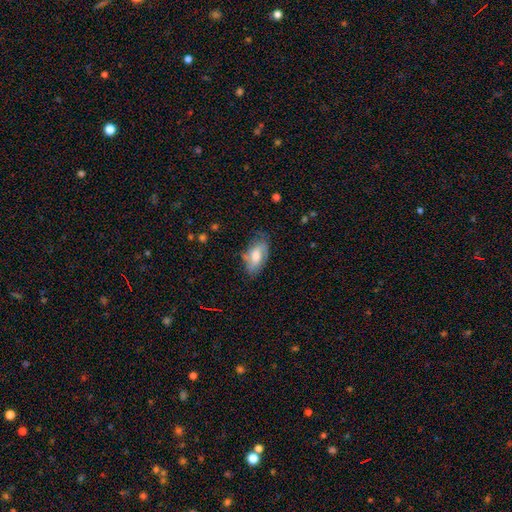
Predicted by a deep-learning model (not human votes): The model was most divided on "smooth or featured": smooth: 56%, featured or disk: 36%, star or artifact: 8%. More confident: how rounded — in between (91%); merging — none (64%).